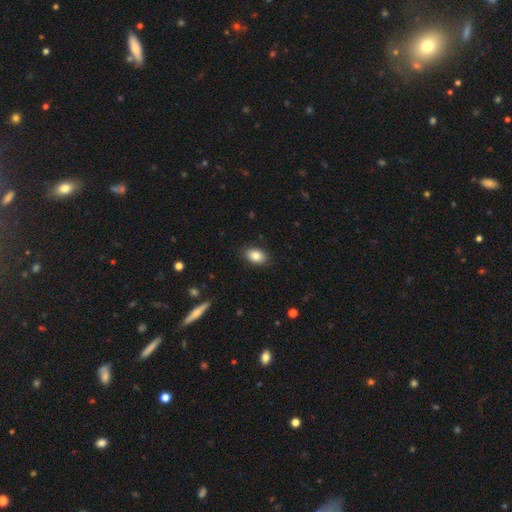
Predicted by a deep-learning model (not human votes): Smooth or featured: smooth — 85% (star or artifact — 8%)
How rounded: in between — 88% (round — 11%)
Merging: none — 87% (minor disturbance — 10%)